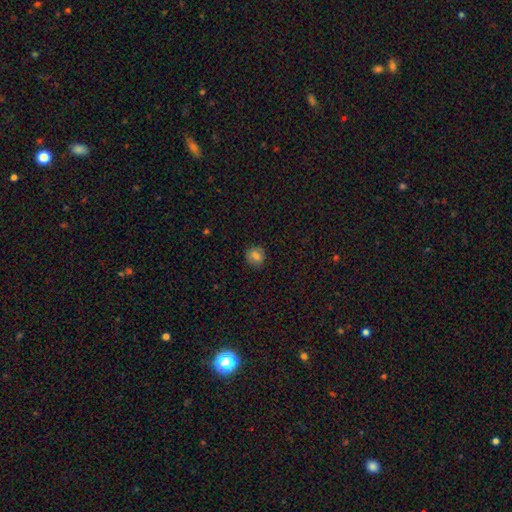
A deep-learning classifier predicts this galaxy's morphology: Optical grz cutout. It shows a smooth galaxy with no disk features (79%) that is round (81%). Merging: none (86%).